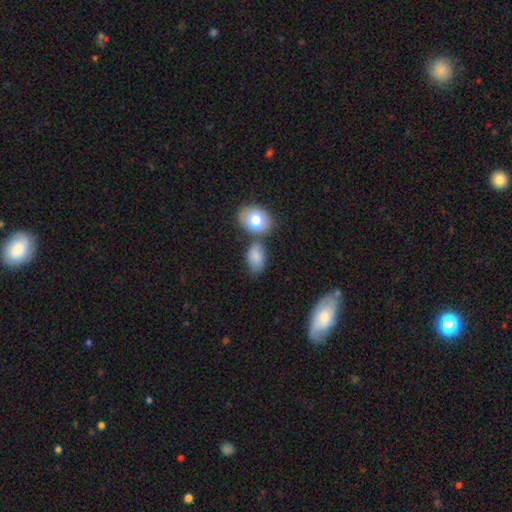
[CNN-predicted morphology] smooth_or_featured: smooth (p=0.80) [alt: featured or disk p=0.11]
how_rounded: in between (p=0.86) [alt: round p=0.13]
merging: none (p=0.53) [alt: minor disturbance p=0.23]